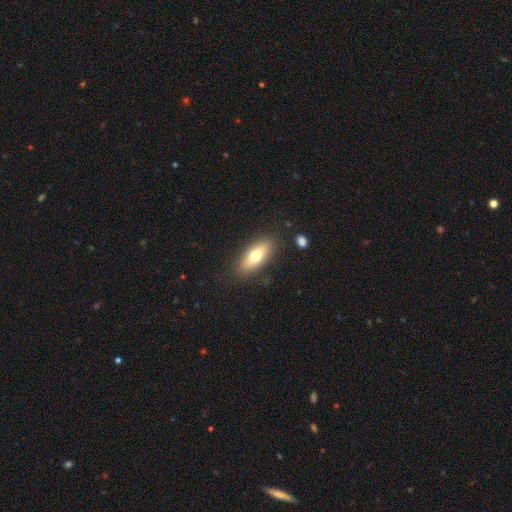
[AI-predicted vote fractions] This is likely a smooth galaxy (69%). How rounded: likely in between (75%). Merging: clearly none (84%).